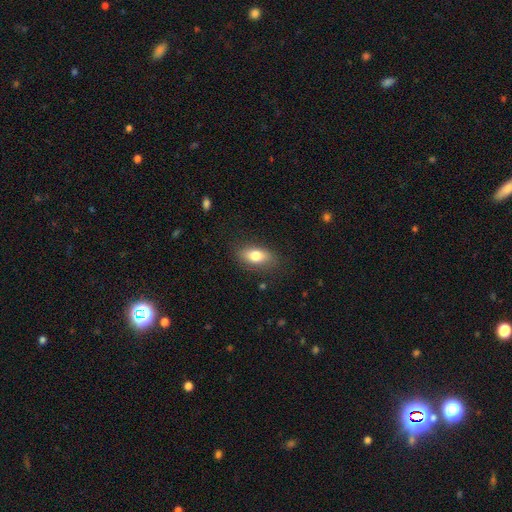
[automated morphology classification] Smooth or featured? smooth (78%)
How rounded? in between (84%)
Merging? none (83%)